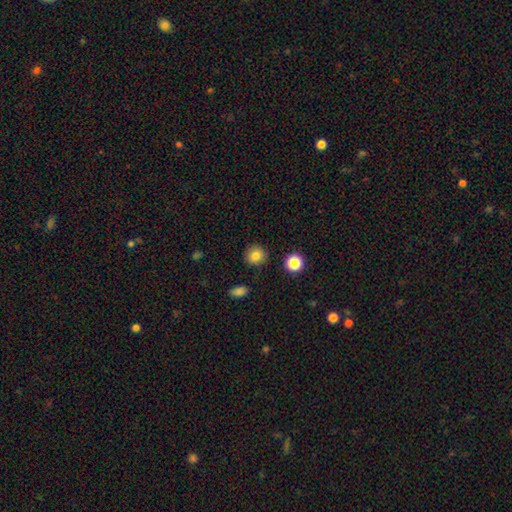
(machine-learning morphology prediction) Overall: smooth (81%). How rounded: round (89%). Merging: none (88%).